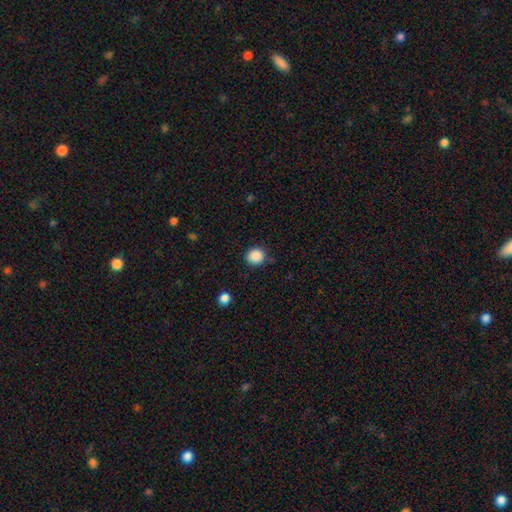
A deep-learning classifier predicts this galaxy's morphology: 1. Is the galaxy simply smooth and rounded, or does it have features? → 88% smooth, 9% star or artifact, 3% featured or disk.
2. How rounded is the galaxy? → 85% round, 14% in between, 1% cigar-shaped.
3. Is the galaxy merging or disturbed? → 84% none, 11% minor disturbance, 3% major disturbance, 2% merger.